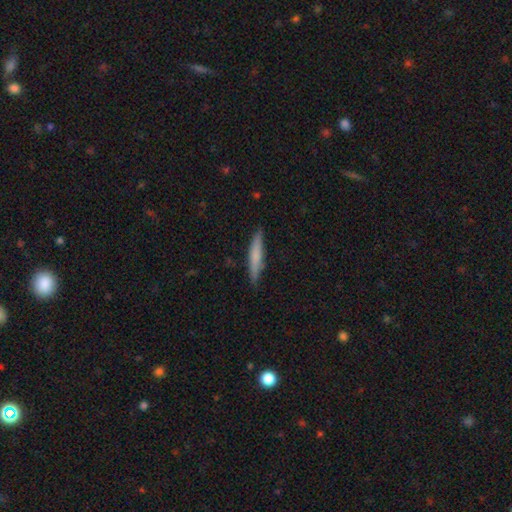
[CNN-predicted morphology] The model was most divided on "smooth or featured": smooth: 65%, featured or disk: 30%, star or artifact: 6%. More confident: how rounded — cigar-shaped (93%); merging — none (88%).